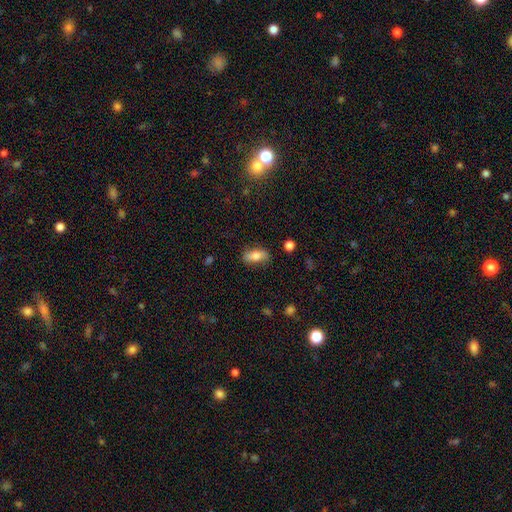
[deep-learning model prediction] smooth-or-featured: smooth: 73% | featured or disk: 19% | star or artifact: 8%
  how-rounded: in between: 82% | cigar-shaped: 13% | round: 5%
  merging: none: 79% | minor disturbance: 15% | major disturbance: 4% | merger: 2%